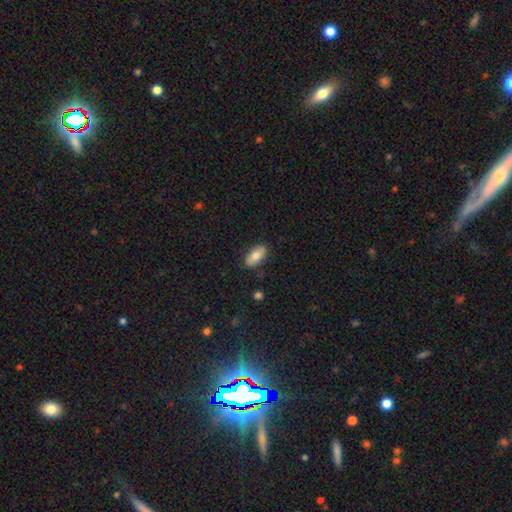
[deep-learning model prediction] smooth-or-featured: smooth: 78% | featured or disk: 16% | star or artifact: 7%
  how-rounded: in between: 88% | cigar-shaped: 9% | round: 3%
  merging: none: 86% | minor disturbance: 11% | major disturbance: 2% | merger: 1%